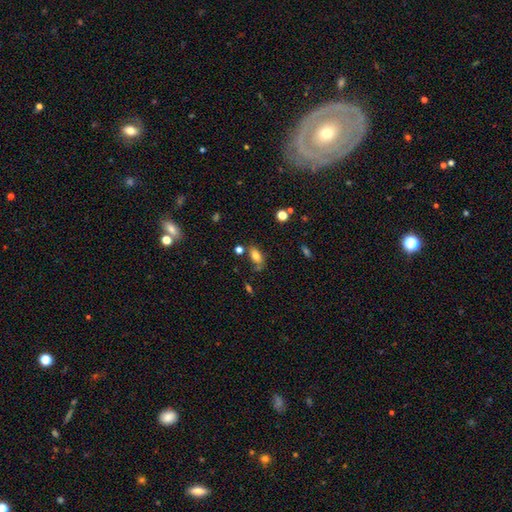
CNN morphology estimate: type=smooth (77%); roundness=in between (87%); merging=none (65%).